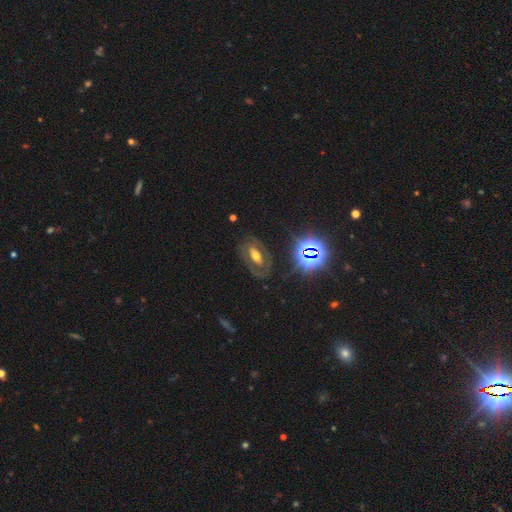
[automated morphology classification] type=featured or disk (58%); edge-on=no (90%); bar=no (48%); spiral arms=no (54%); bulge=moderate (61%); merging=none (72%).